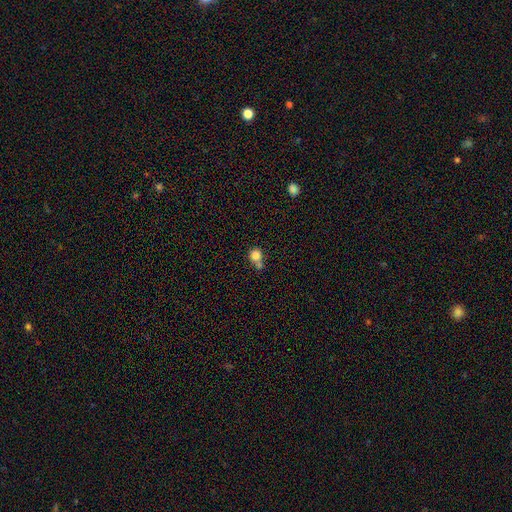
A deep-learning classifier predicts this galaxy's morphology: This is clearly a smooth galaxy (81%). How rounded: clearly round (87%). Merging: marginally none (44%).